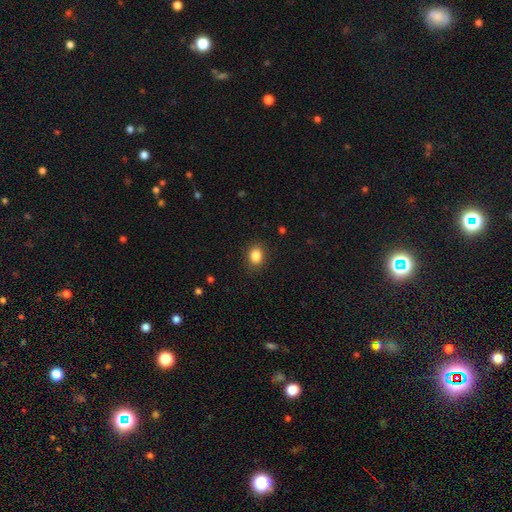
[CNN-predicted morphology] Smooth or featured? smooth (86%)
How rounded? in between (51%)
Merging? none (87%)